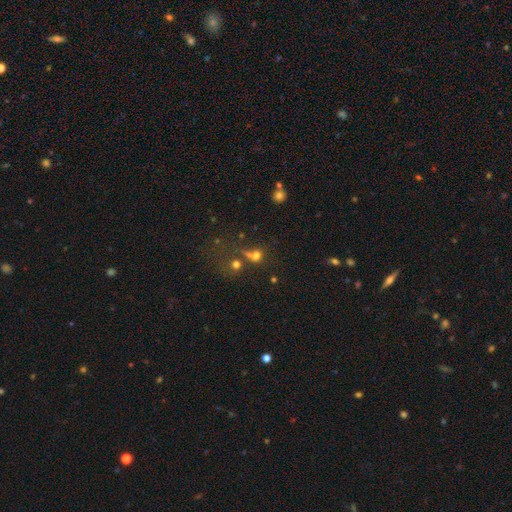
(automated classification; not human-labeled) Smooth or featured? smooth (67%)
How rounded? round (78%)
Merging? none (44%)